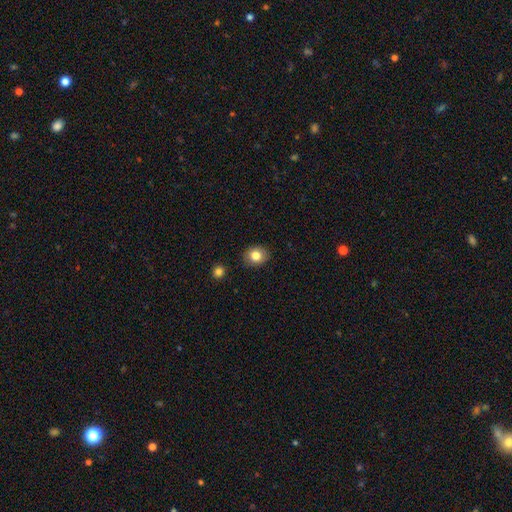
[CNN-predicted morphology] Q: Smooth or featured?
A: smooth (83%); runner-up: star or artifact (10%)
Q: How rounded?
A: round (64%); runner-up: in between (35%)
Q: Merging?
A: none (88%); runner-up: minor disturbance (9%)